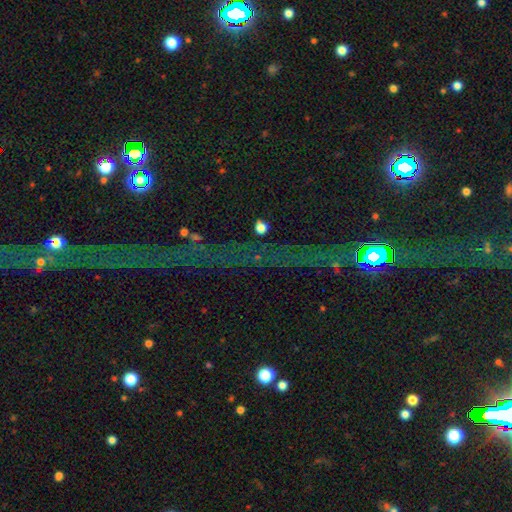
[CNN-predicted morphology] This appears to be a star or artifact, not a galaxy (73%).